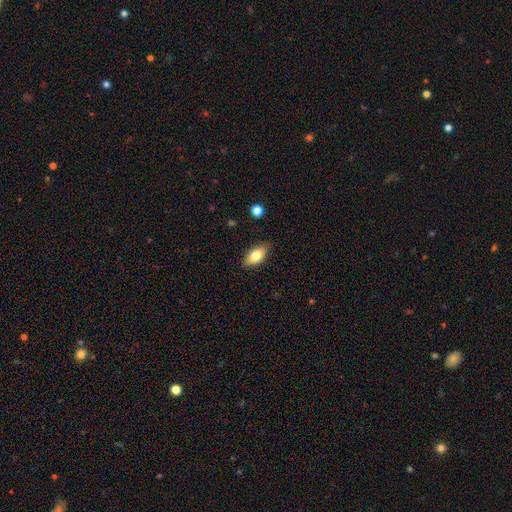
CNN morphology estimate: smooth 75%, featured or disk 17%, star or artifact 7%. Down the decision tree: how rounded — in between (86%); merging — none (86%).